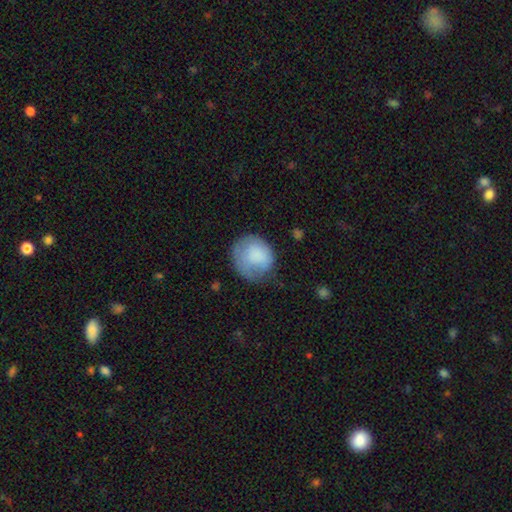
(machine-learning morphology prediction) This appears to be a smooth galaxy with no disk features (78%) that is round (80%). Merging: none (53%).